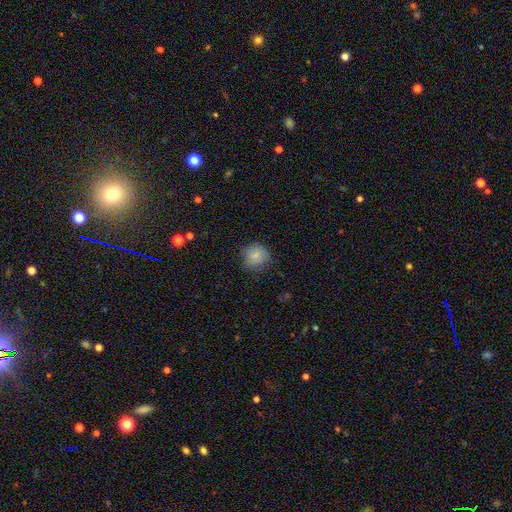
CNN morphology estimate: Smooth or featured? Predicted: smooth (p=0.83). How rounded? Predicted: round (p=0.88). Merging? Predicted: none (p=0.79).